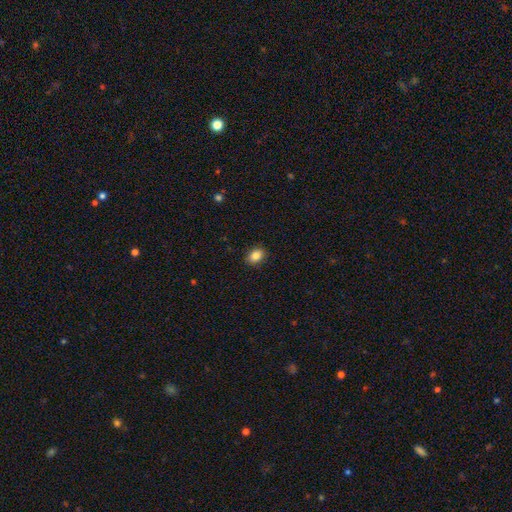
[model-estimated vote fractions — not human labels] Q: Smooth or featured?
A: smooth (85%); runner-up: star or artifact (9%)
Q: How rounded?
A: in between (71%); runner-up: round (28%)
Q: Merging?
A: none (90%); runner-up: minor disturbance (8%)